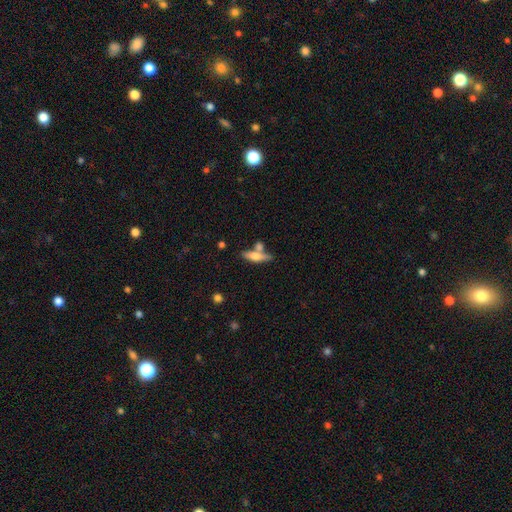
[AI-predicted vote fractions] A smooth galaxy with no disk features (53%) that is cigar-shaped (64%). Merging: none (58%).